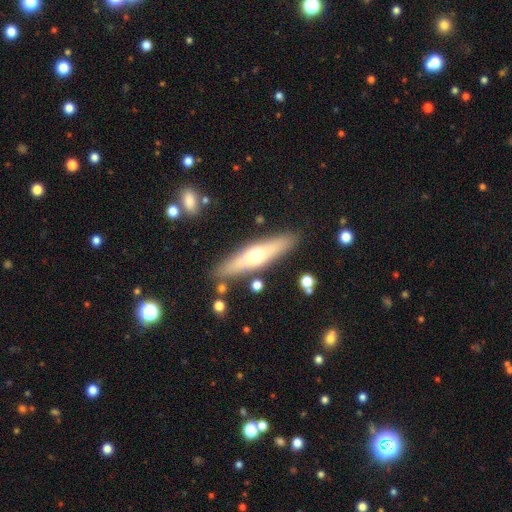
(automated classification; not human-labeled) Morphology: type=featured or disk (50%); merging=none (86%).